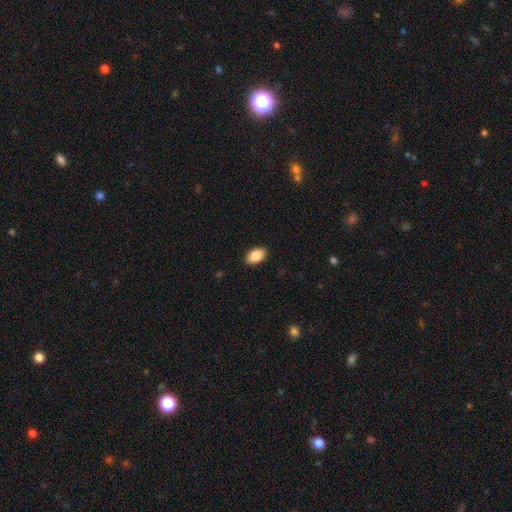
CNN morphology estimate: type=smooth (88%); roundness=in between (90%); merging=none (90%).